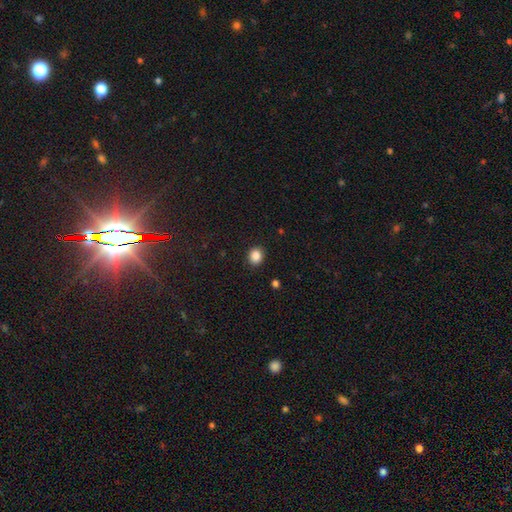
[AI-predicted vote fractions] smooth 86%, star or artifact 10%, featured or disk 4%. Down the decision tree: how rounded — round (70%); merging — none (91%).